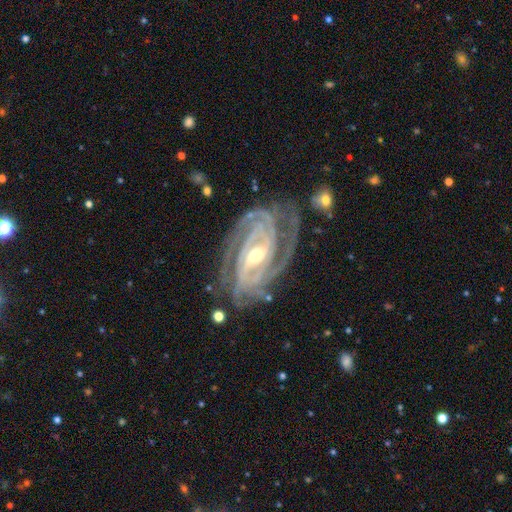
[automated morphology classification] Smooth or featured? featured or disk (93%)
Edge-on disk? no (97%)
Bar? strong (42%)
Spiral arms? yes (99%)
Spiral winding? tight (71%)
Spiral arm count? 3 (32%)
Bulge size? moderate (53%)
Merging? none (71%)